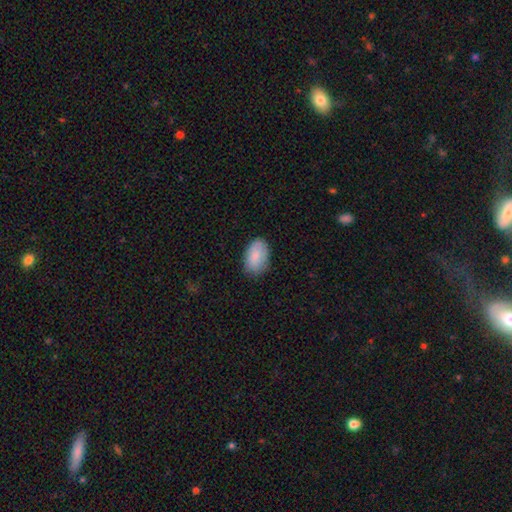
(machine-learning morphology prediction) Smooth or featured? smooth (84%)
How rounded? in between (91%)
Merging? none (80%)